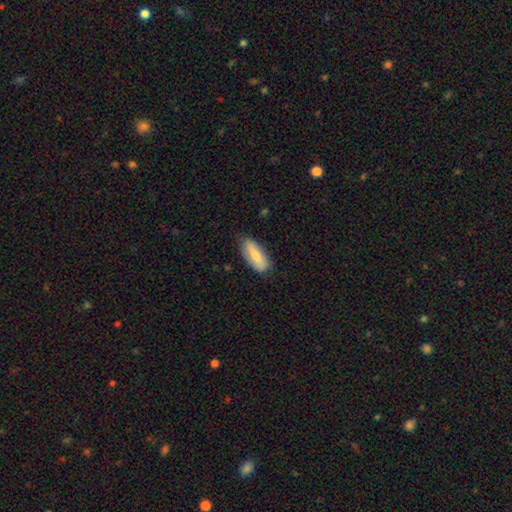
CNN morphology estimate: This is likely a smooth galaxy (71%). How rounded: likely in between (76%). Merging: likely none (79%).